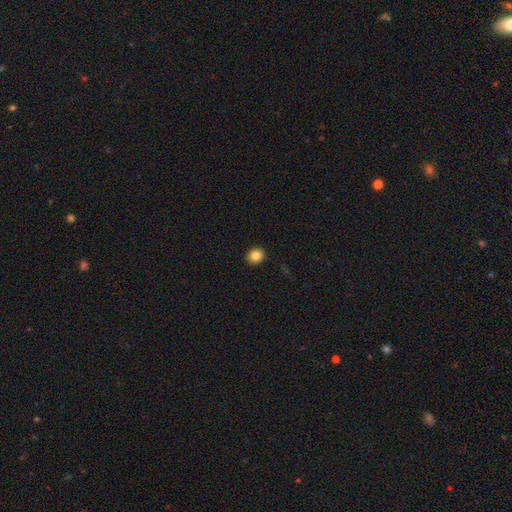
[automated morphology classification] smooth_or_featured: smooth (p=0.83) [alt: star or artifact p=0.10]
how_rounded: round (p=0.77) [alt: in between p=0.22]
merging: none (p=0.92) [alt: minor disturbance p=0.06]